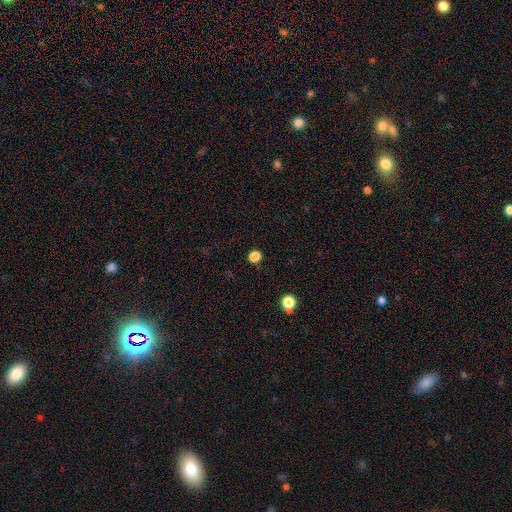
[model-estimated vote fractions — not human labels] Smooth or featured? smooth (79%)
How rounded? round (77%)
Merging? none (89%)